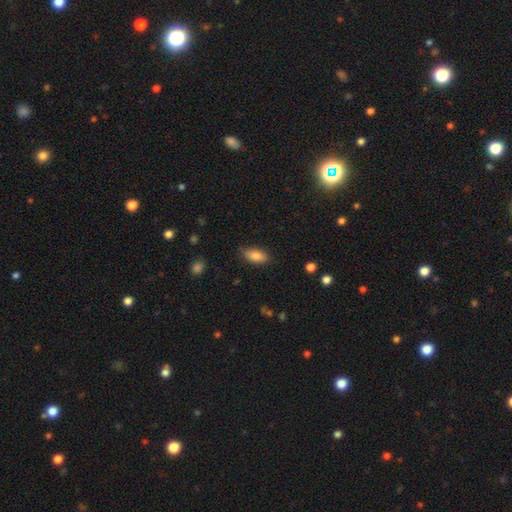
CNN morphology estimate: A smooth galaxy with no disk features (81%) that is in between round and cigar-shaped (86%). Merging: none (80%).